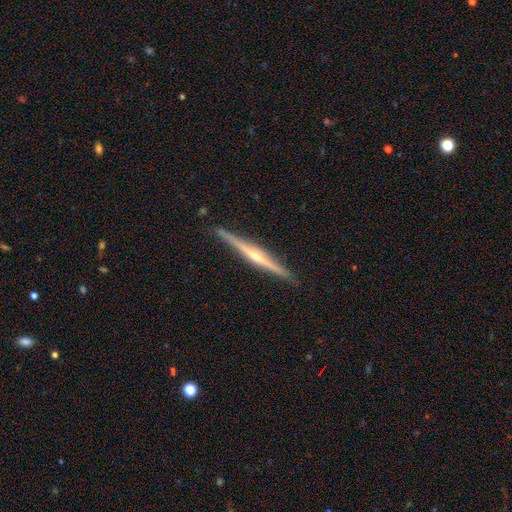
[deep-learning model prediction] A featured or disk galaxy (80%) viewed edge-on (98%) with a rounded central bulge (77%). Merging: none (90%).